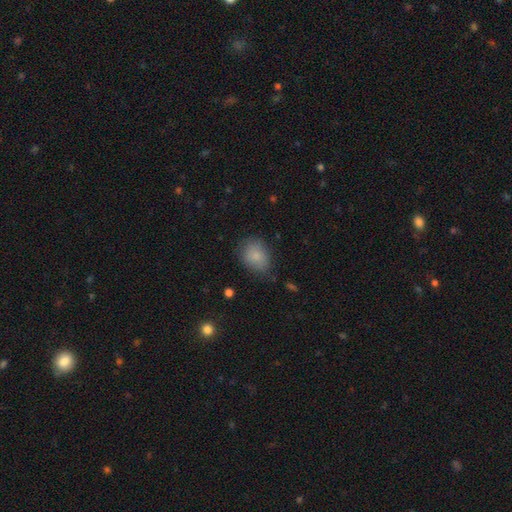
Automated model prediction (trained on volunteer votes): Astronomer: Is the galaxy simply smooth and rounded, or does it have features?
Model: smooth — 83%.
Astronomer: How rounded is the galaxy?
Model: in between — 55% (runner-up: round, 44%).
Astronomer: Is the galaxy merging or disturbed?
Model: none — 70%.